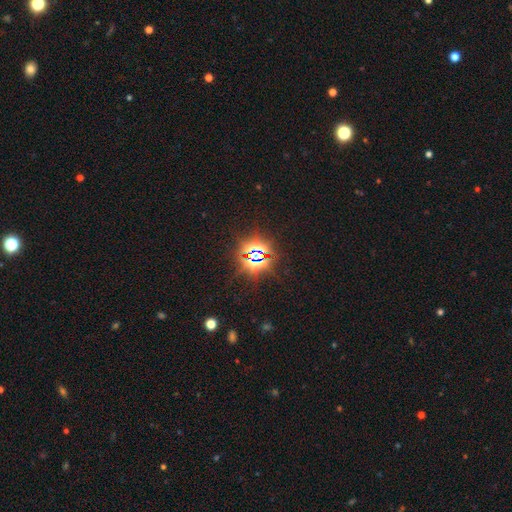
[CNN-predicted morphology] type=star or artifact (81%).